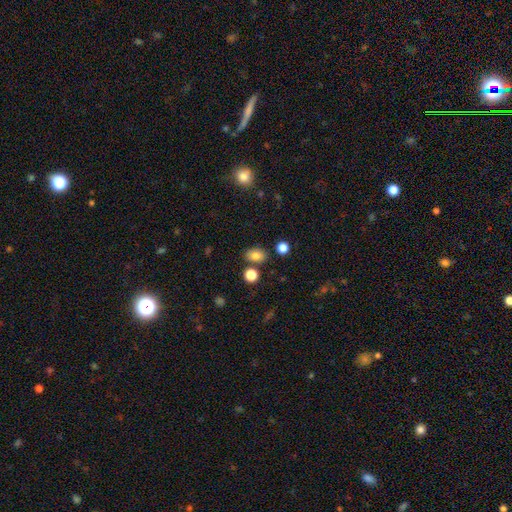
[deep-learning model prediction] This appears to be a smooth galaxy with no disk features (82%) that is in between round and cigar-shaped (73%). Merging: none (78%).